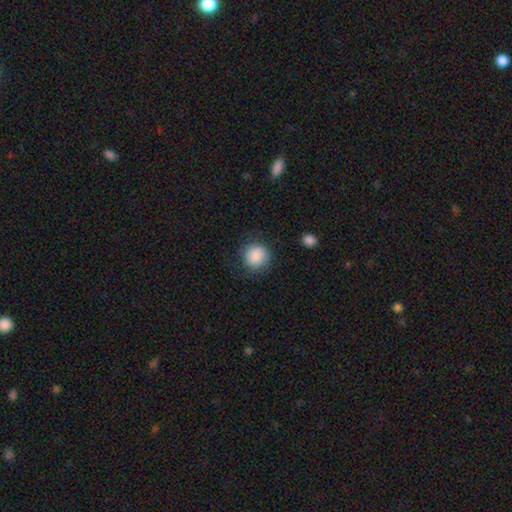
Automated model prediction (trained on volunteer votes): smooth 87%, star or artifact 8%, featured or disk 5%. Down the decision tree: how rounded — round (91%); merging — none (79%).